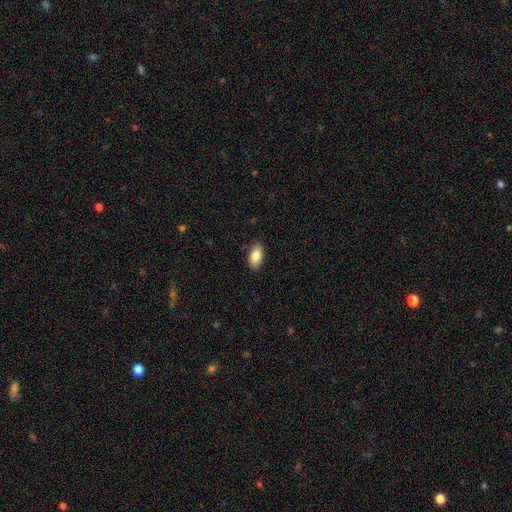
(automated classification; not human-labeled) Smooth or featured? smooth (85%)
How rounded? in between (93%)
Merging? none (88%)